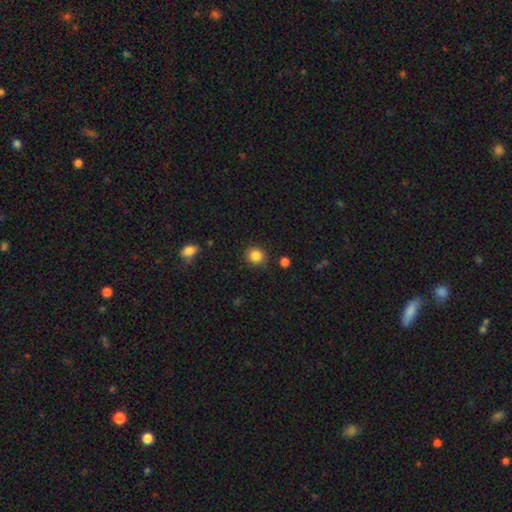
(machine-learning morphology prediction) smooth_or_featured: smooth (p=0.86) [alt: star or artifact p=0.10]
how_rounded: round (p=0.85) [alt: in between p=0.14]
merging: none (p=0.86) [alt: minor disturbance p=0.09]